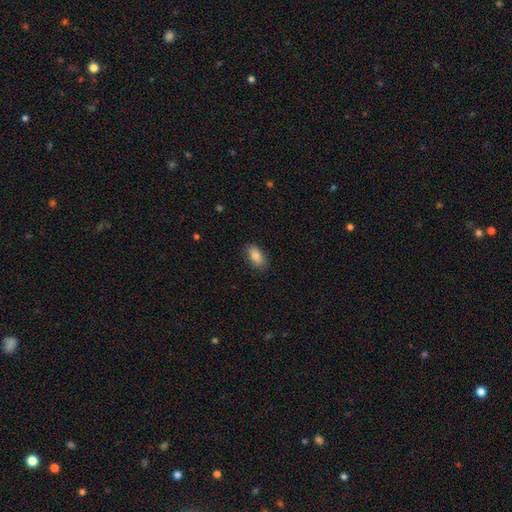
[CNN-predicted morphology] Smooth or featured? Predicted: smooth (p=0.85). How rounded? Predicted: in between (p=0.92). Merging? Predicted: none (p=0.84).